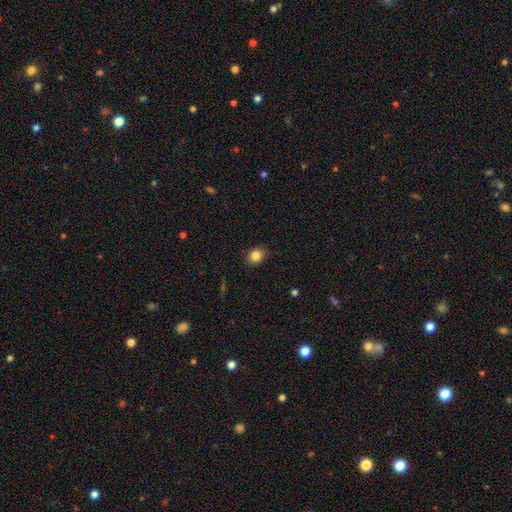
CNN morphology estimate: smooth_or_featured: smooth (p=0.84) [alt: star or artifact p=0.10]
how_rounded: round (p=0.57) [alt: in between p=0.42]
merging: none (p=0.87) [alt: minor disturbance p=0.10]